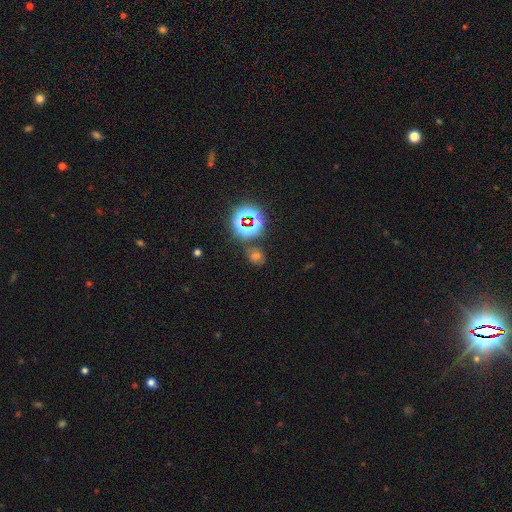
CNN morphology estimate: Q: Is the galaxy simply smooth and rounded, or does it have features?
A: star or artifact — 45%.